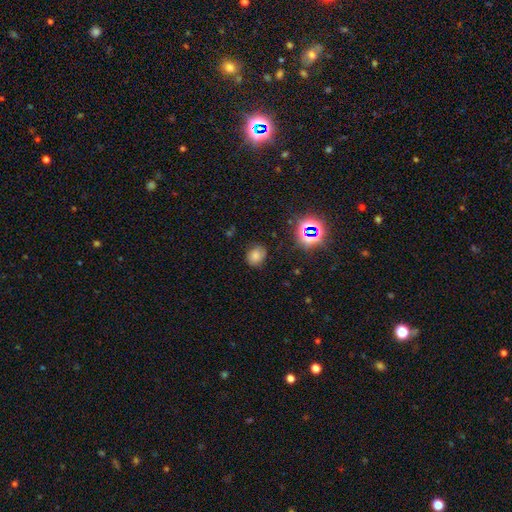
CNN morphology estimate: The model was most divided on "how rounded": round: 58%, in between: 41%, cigar-shaped: 1%. More confident: merging — none (79%); smooth or featured — smooth (72%).